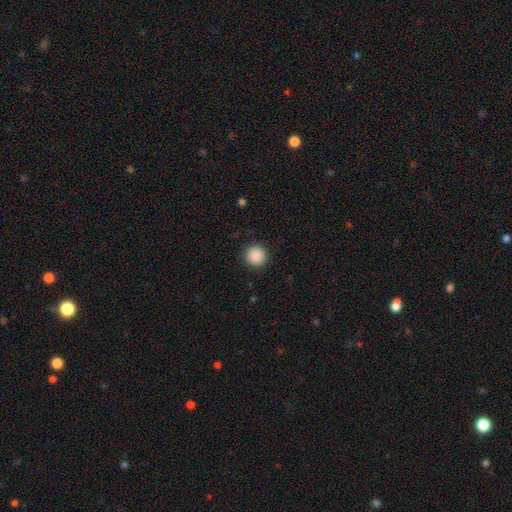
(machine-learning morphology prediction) A smooth galaxy with no disk features (89%) that is round (95%).

Vote fractions:
- Smooth or featured? smooth: 89% / star or artifact: 9% / featured or disk: 2%
- How rounded? round: 95% / in between: 4% / cigar-shaped: 1%
- Merging? none: 92% / minor disturbance: 5% / major disturbance: 2% / merger: 1%